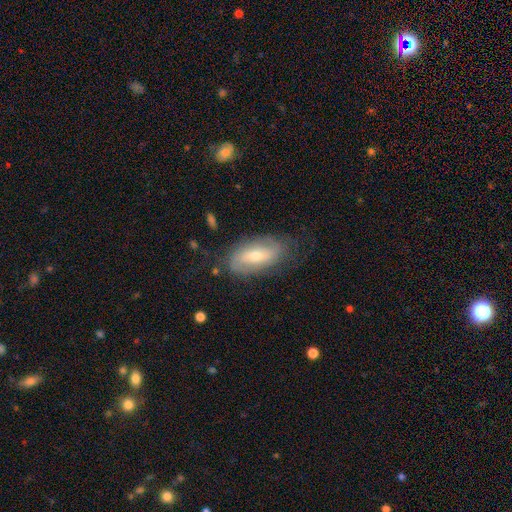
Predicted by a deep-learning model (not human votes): smooth_or_featured: featured or disk (p=0.56) [alt: smooth p=0.37]
disk_edge_on: no (p=0.87) [alt: yes p=0.13]
merging: none (p=0.71) [alt: minor disturbance p=0.19]